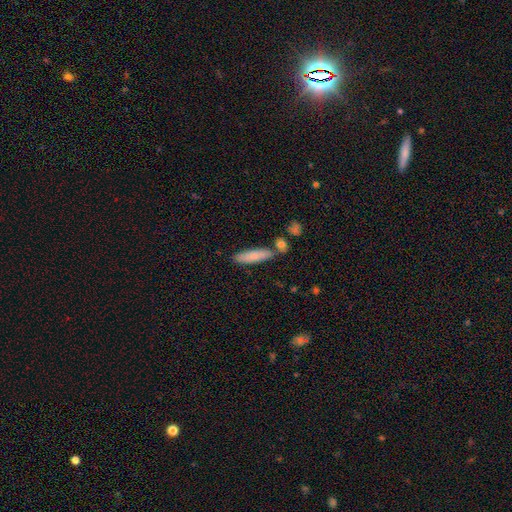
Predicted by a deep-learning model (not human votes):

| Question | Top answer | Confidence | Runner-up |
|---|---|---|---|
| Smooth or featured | smooth | 80% | featured or disk (14%) |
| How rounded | cigar-shaped | 70% | in between (28%) |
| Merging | none | 76% | minor disturbance (13%) |